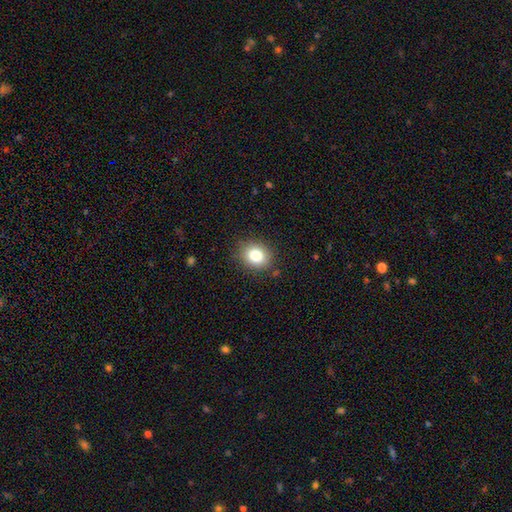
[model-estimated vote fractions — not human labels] Smooth or featured? smooth (81%)
How rounded? round (70%)
Merging? none (87%)